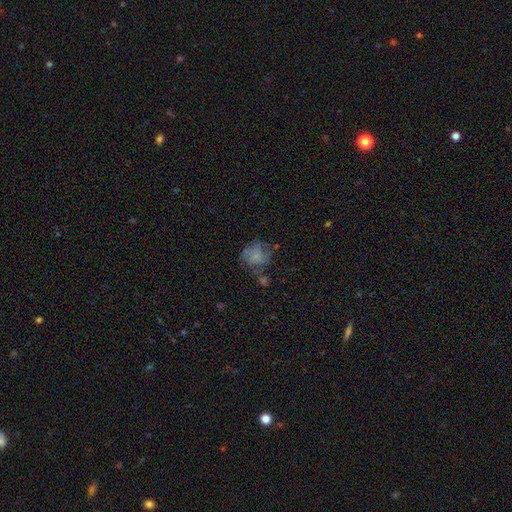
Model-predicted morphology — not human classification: smooth 46%, featured or disk 43%, star or artifact 11%. Down the decision tree: merging — none (44%).